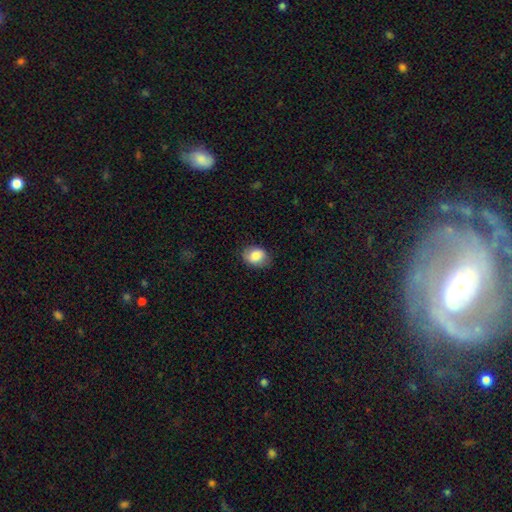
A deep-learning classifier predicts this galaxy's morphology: Smooth or featured?
  - smooth: 83% *
  - featured or disk: 10%
  - star or artifact: 8%
How rounded?
  - in between: 65% *
  - round: 34%
  - cigar-shaped: 1%
Merging?
  - none: 81% *
  - minor disturbance: 14%
  - major disturbance: 3%
  - merger: 1%